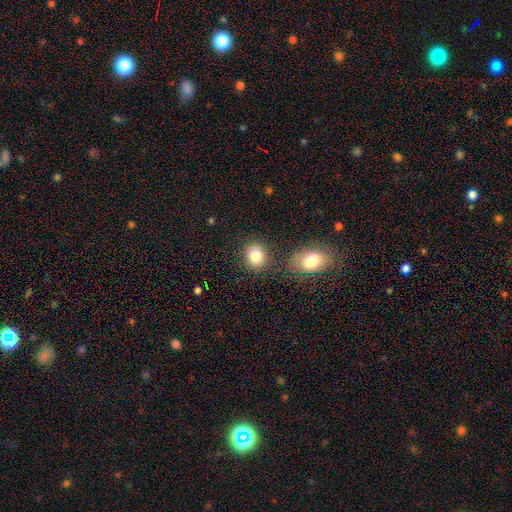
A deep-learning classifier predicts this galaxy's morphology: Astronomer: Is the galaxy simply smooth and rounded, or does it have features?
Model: smooth — 82%.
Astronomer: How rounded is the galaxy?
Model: round — 65%.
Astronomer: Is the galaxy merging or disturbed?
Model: none — 78%.